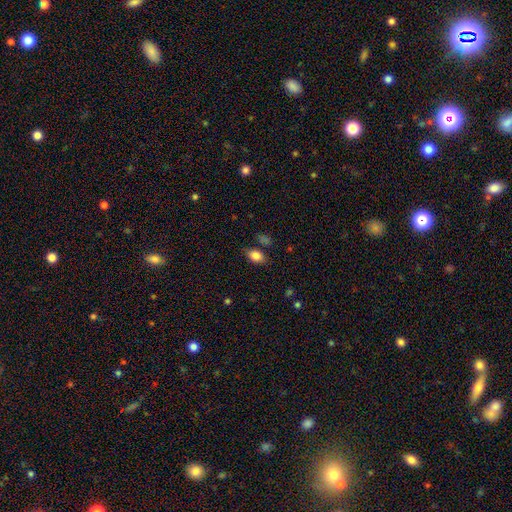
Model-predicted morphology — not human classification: The model was most divided on "merging": none: 75%, minor disturbance: 17%, major disturbance: 4%, merger: 4%. More confident: how rounded — in between (85%); smooth or featured — smooth (83%).